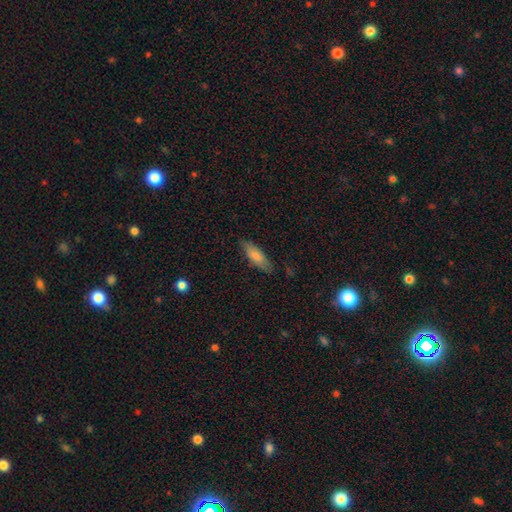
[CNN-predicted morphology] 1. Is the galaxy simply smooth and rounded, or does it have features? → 79% smooth, 15% featured or disk, 6% star or artifact.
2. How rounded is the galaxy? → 56% in between, 43% cigar-shaped, 2% round.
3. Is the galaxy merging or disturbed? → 78% none, 17% minor disturbance, 4% major disturbance, 1% merger.